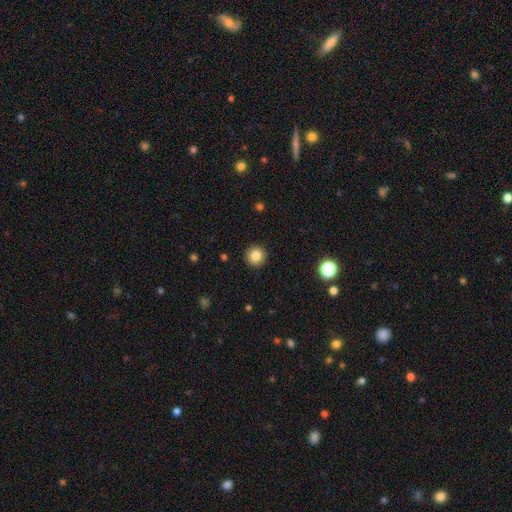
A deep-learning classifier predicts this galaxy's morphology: type=smooth (83%); roundness=round (95%); merging=none (93%).